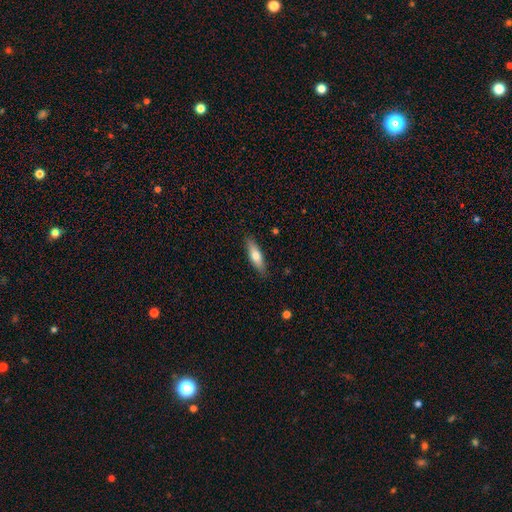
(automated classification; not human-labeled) smooth 67%, featured or disk 27%, star or artifact 6%. Down the decision tree: how rounded — cigar-shaped (57%); merging — none (87%).